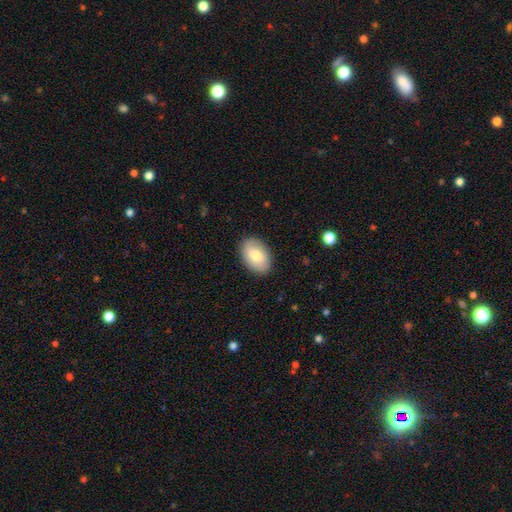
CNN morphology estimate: smooth 76%, featured or disk 18%, star or artifact 6%. Down the decision tree: how rounded — in between (91%); merging — none (88%).